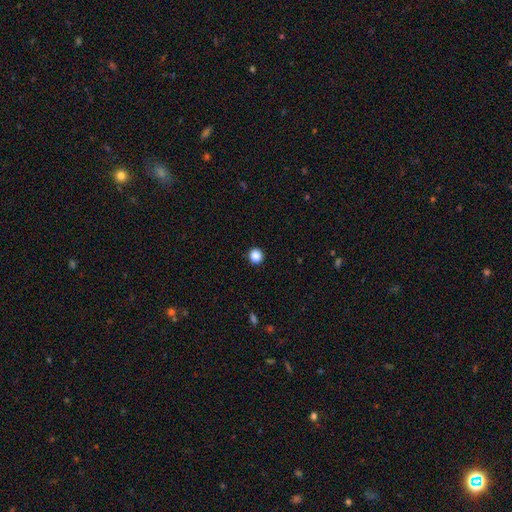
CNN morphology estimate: Smooth or featured? smooth (87%)
How rounded? round (94%)
Merging? none (93%)